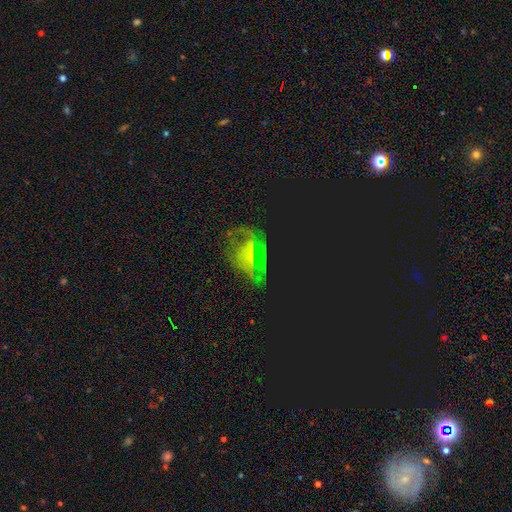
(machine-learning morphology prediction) Smooth or featured? Predicted: star or artifact (p=0.46).